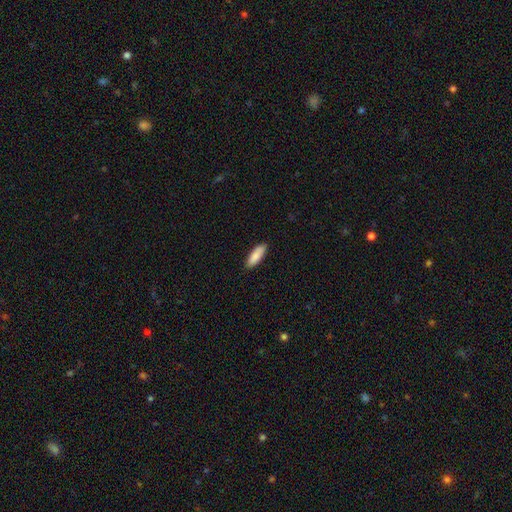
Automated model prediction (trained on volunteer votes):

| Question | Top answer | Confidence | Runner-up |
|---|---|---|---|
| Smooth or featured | smooth | 88% | featured or disk (6%) |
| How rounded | in between | 55% | cigar-shaped (43%) |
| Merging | none | 88% | minor disturbance (9%) |